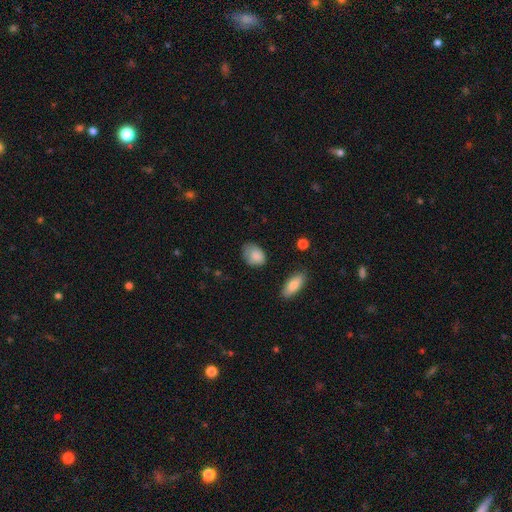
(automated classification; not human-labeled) Smooth or featured: smooth — 83% (featured or disk — 9%)
How rounded: in between — 73% (round — 25%)
Merging: none — 52% (minor disturbance — 35%)